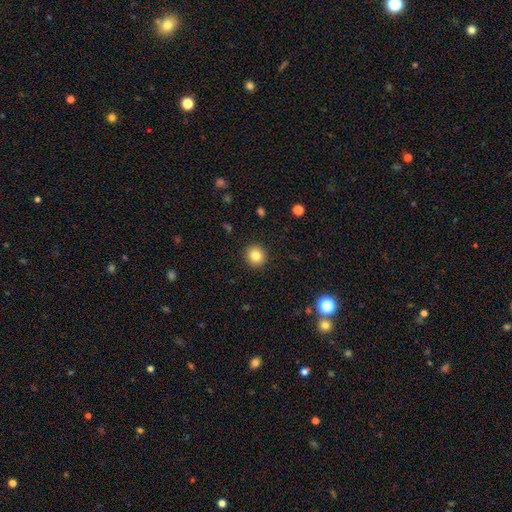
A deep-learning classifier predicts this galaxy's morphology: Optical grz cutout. It shows a smooth galaxy with no disk features (83%) that is round (90%). Merging: none (92%).